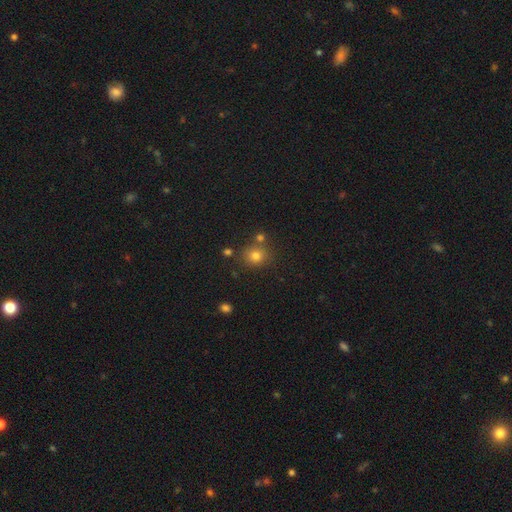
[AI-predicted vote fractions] The model was most divided on "merging": none: 74%, merger: 13%, minor disturbance: 10%, major disturbance: 3%. More confident: how rounded — round (85%); smooth or featured — smooth (77%).